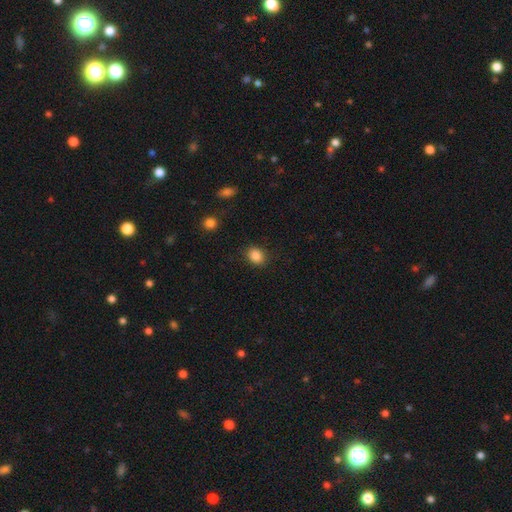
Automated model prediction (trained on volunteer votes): smooth 87%, star or artifact 10%, featured or disk 4%. Down the decision tree: how rounded — round (50%); merging — none (87%).